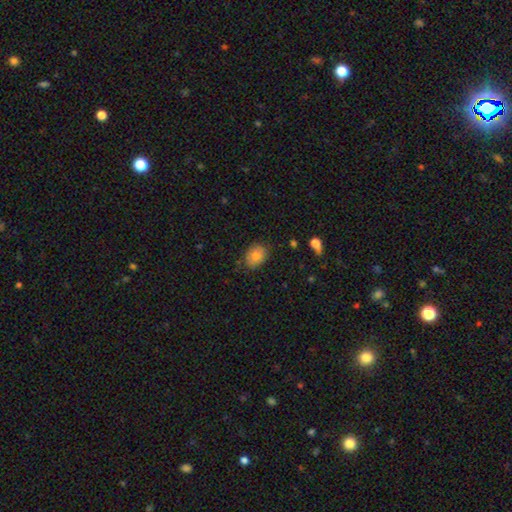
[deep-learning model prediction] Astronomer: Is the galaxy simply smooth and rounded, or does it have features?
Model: smooth — 80%.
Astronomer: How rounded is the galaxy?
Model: in between — 58% (runner-up: round, 41%).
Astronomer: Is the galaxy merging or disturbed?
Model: none — 81%.